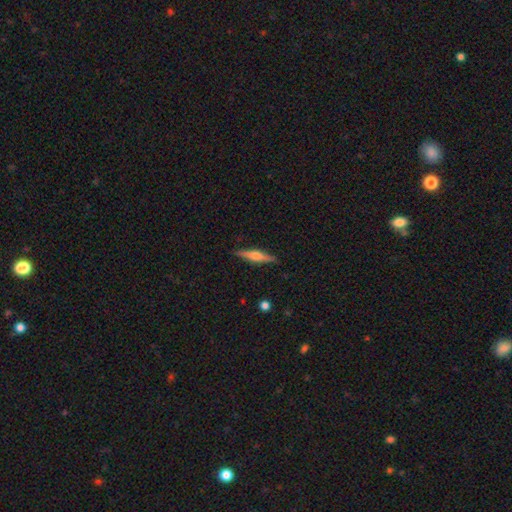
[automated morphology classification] Overall: featured or disk (59%; smooth 34%). Edge-on disk: yes (97%). Edge-on bulge: rounded (83%). Merging: none (89%).